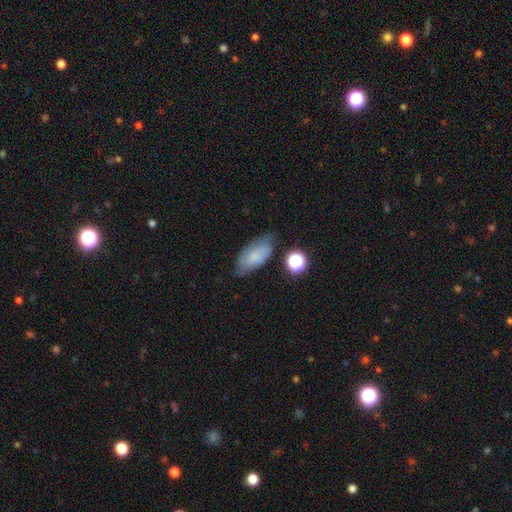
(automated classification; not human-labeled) A smooth galaxy with no disk features (70%) that is in between round and cigar-shaped (88%).

Vote fractions:
- Smooth or featured? smooth: 70% / featured or disk: 20% / star or artifact: 10%
- How rounded? in between: 88% / cigar-shaped: 8% / round: 4%
- Merging? none: 63% / minor disturbance: 26% / major disturbance: 7% / merger: 4%